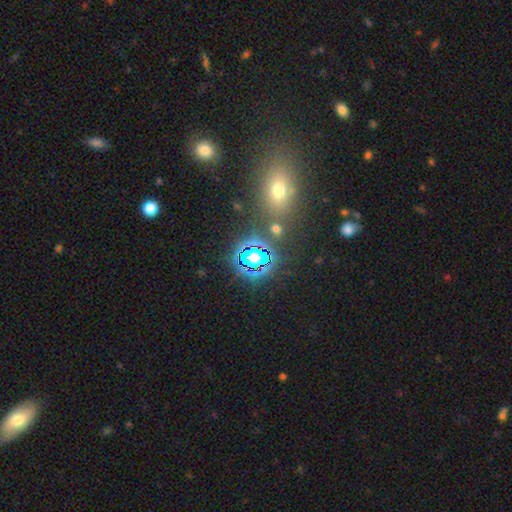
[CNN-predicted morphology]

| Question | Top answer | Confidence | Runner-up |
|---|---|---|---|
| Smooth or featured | star or artifact | 67% | smooth (23%) |